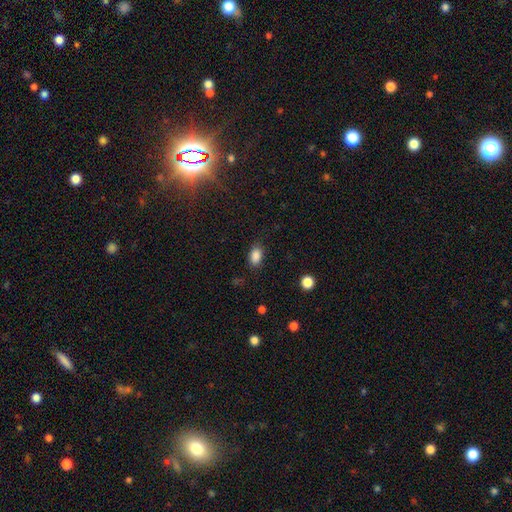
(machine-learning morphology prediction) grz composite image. It shows a smooth galaxy with no disk features (87%) that is in between round and cigar-shaped (88%). Merging: none (83%).